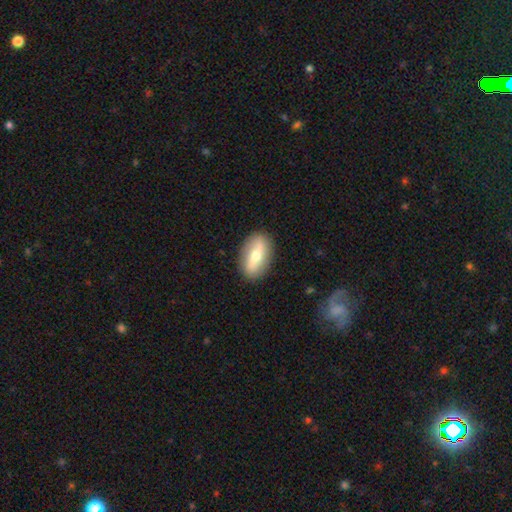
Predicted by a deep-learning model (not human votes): This is possibly a smooth galaxy (51%). How rounded: clearly in between (85%). Merging: clearly none (87%).